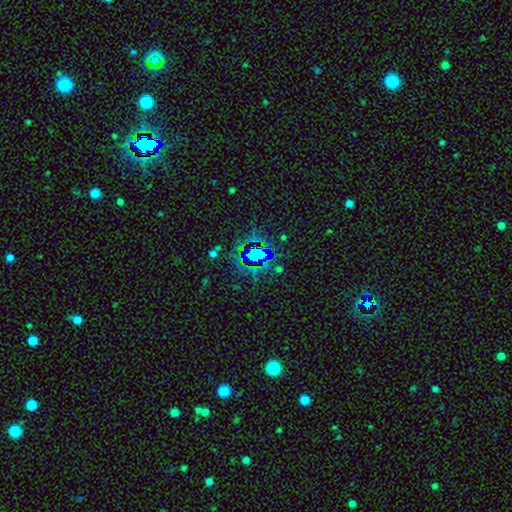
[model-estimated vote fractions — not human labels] Smooth or featured: star or artifact — 69% (smooth — 19%)